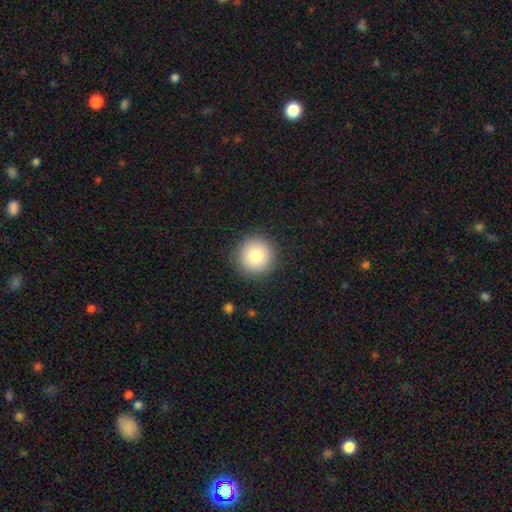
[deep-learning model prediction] smooth-or-featured: smooth: 81% | featured or disk: 10% | star or artifact: 10%
  how-rounded: round: 96% | in between: 3% | cigar-shaped: 1%
  merging: none: 90% | minor disturbance: 6% | major disturbance: 2% | merger: 1%